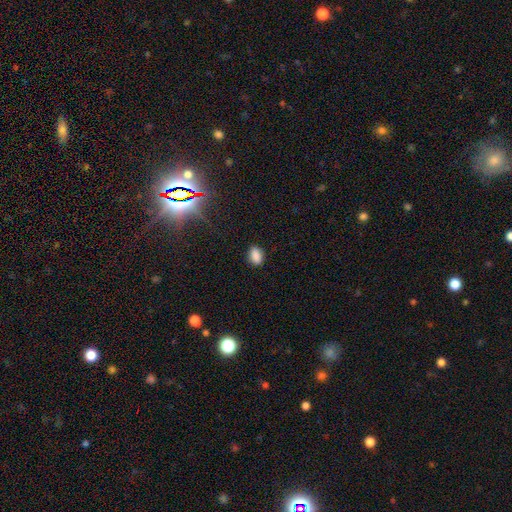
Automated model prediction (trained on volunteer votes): Smooth or featured? Predicted: smooth (p=0.85). How rounded? Predicted: in between (p=0.85). Merging? Predicted: none (p=0.85).